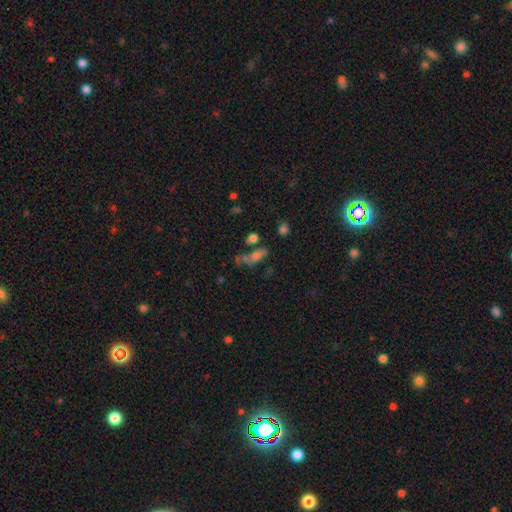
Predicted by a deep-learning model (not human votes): smooth-or-featured: smooth: 54% | featured or disk: 25% | star or artifact: 21%
  how-rounded: in between: 66% | cigar-shaped: 24% | round: 10%
  merging: none: 43% | merger: 22% | minor disturbance: 19% | major disturbance: 16%